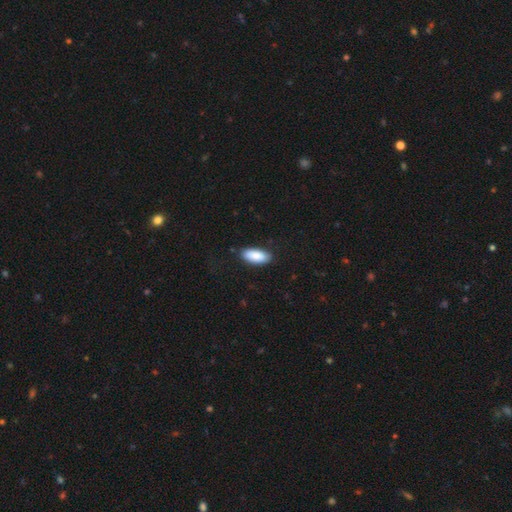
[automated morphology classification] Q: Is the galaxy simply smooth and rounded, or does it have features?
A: smooth — 88%.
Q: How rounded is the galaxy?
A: in between — 89%.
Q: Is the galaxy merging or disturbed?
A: none — 82%.